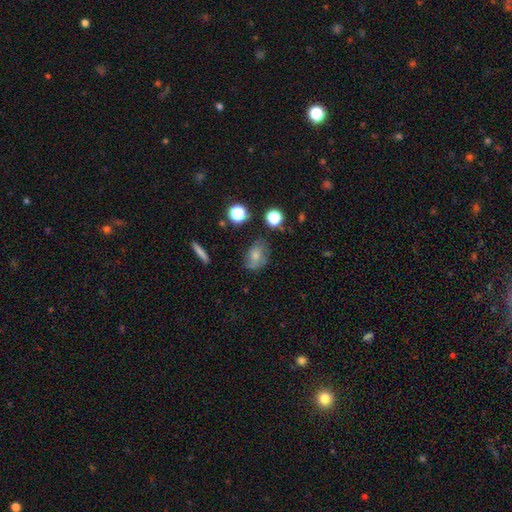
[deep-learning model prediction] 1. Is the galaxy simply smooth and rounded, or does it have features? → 67% smooth, 20% featured or disk, 12% star or artifact.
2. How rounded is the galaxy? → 73% in between, 25% round, 2% cigar-shaped.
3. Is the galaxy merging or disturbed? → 61% none, 25% minor disturbance, 11% major disturbance, 4% merger.